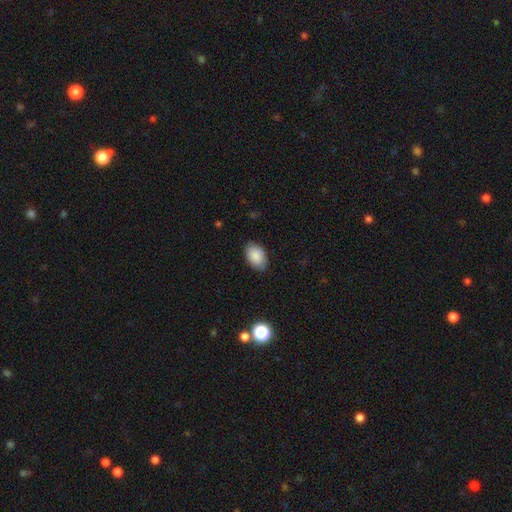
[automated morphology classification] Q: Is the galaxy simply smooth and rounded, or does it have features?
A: smooth — 88%.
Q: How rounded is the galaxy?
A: in between — 91%.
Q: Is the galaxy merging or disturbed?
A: none — 84%.